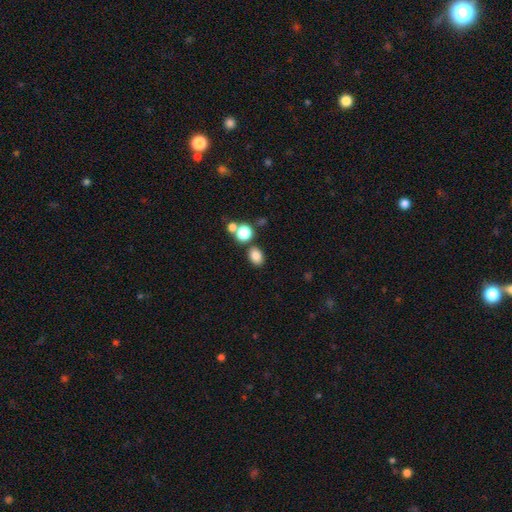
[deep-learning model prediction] A smooth galaxy with no disk features (82%) that is in between round and cigar-shaped (66%). Merging: none (75%).